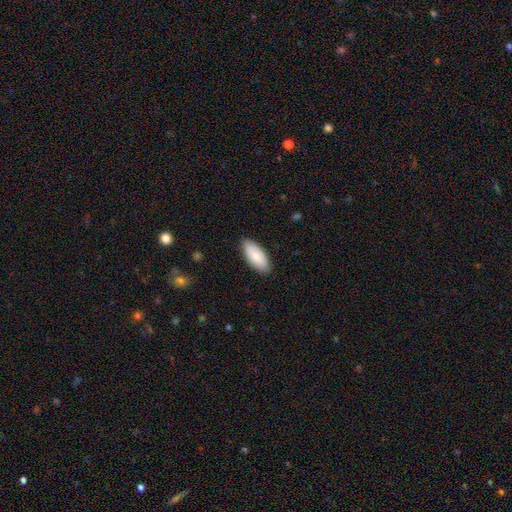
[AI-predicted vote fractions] Q: Smooth or featured?
A: smooth (83%); runner-up: featured or disk (11%)
Q: How rounded?
A: in between (89%); runner-up: cigar-shaped (9%)
Q: Merging?
A: none (86%); runner-up: minor disturbance (11%)